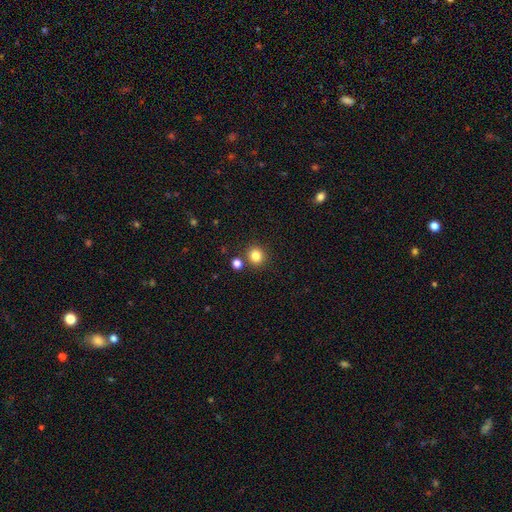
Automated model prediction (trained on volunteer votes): Smooth or featured?
  - smooth: 83% *
  - star or artifact: 12%
  - featured or disk: 5%
How rounded?
  - round: 89% *
  - in between: 10%
  - cigar-shaped: 1%
Merging?
  - none: 83% *
  - merger: 8%
  - minor disturbance: 7%
  - major disturbance: 2%